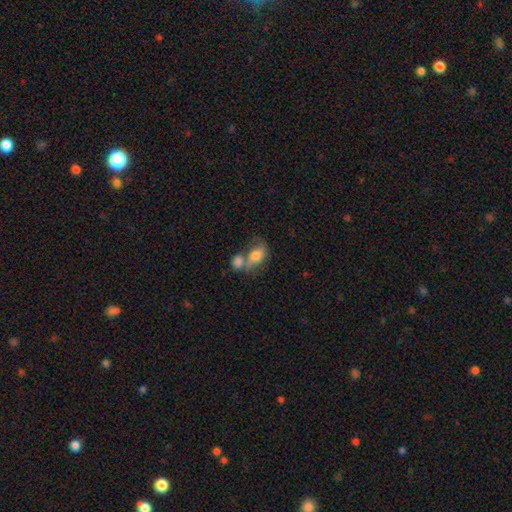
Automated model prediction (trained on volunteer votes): Q: Smooth or featured?
A: smooth (69%); runner-up: featured or disk (23%)
Q: How rounded?
A: in between (83%); runner-up: round (14%)
Q: Merging?
A: merger (53%); runner-up: none (25%)